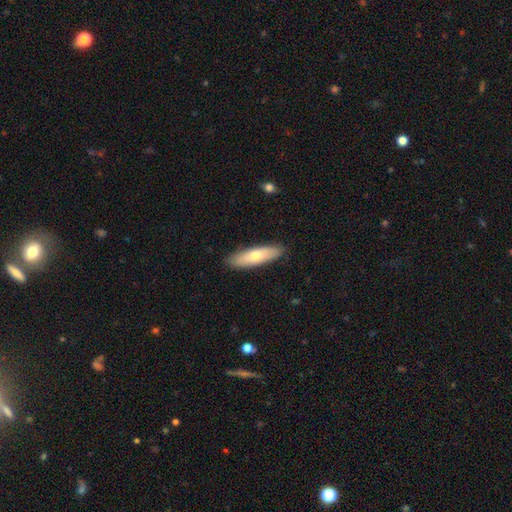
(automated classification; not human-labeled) smooth 68%, featured or disk 27%, star or artifact 6%. Down the decision tree: how rounded — cigar-shaped (61%); merging — none (88%).